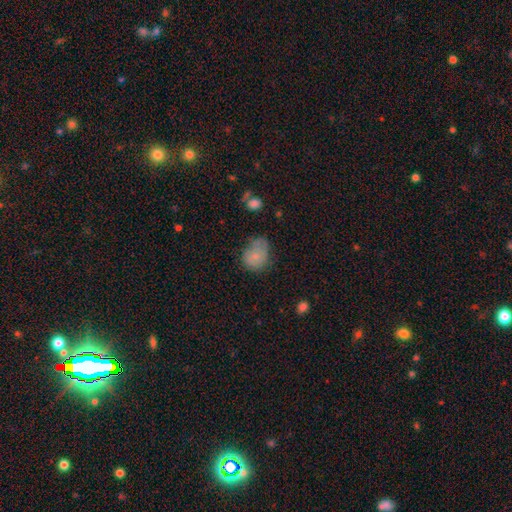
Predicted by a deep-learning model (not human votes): A smooth galaxy with no disk features (74%) that is in between round and cigar-shaped (52%). Merging: none (42%).